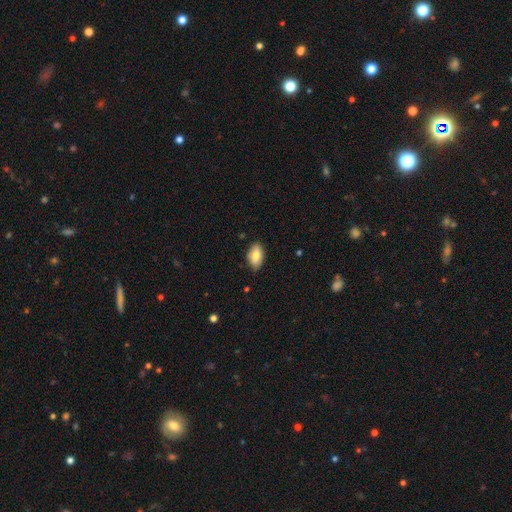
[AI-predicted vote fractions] Q: Smooth or featured?
A: smooth (80%); runner-up: featured or disk (14%)
Q: How rounded?
A: in between (93%); runner-up: round (5%)
Q: Merging?
A: none (84%); runner-up: minor disturbance (13%)